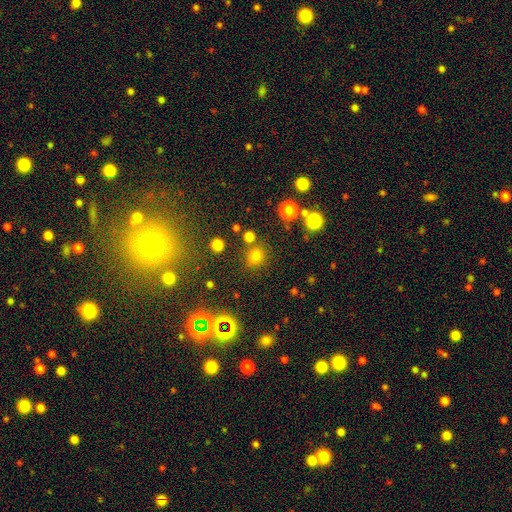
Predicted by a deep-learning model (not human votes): A smooth galaxy with no disk features (72%) that is round (84%).

Vote fractions:
- Smooth or featured? smooth: 72% / star or artifact: 21% / featured or disk: 7%
- How rounded? round: 84% / in between: 15% / cigar-shaped: 1%
- Merging? none: 77% / minor disturbance: 10% / merger: 9% / major disturbance: 4%